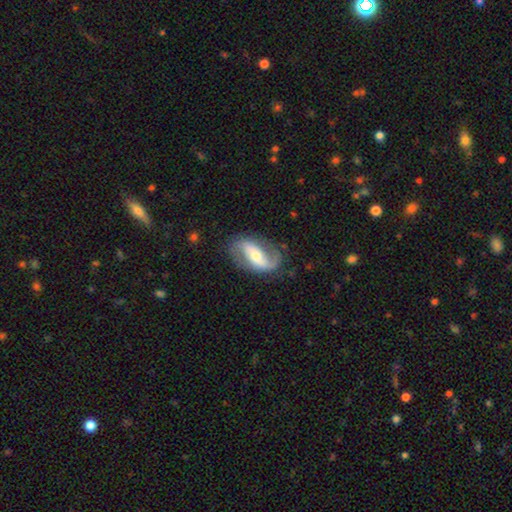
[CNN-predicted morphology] A featured or disk galaxy (83%) with a strong bar (37%), 2 (84%) loose (51%) spiral arms (93%) and a moderate central bulge (54%).

Vote fractions:
- Smooth or featured? featured or disk: 83% / smooth: 12% / star or artifact: 5%
- Edge-on disk? no: 96% / yes: 4%
- Bar? strong: 37% / weak: 33% / no: 30%
- Spiral arms? yes: 93% / no: 7%
- Spiral winding? loose: 51% / medium: 35% / tight: 14%
- Spiral arm count? 2: 84% / 1: 9% / can't tell: 4% / 3: 1% / 4: 1% / more than 4: 1%
- Bulge size? moderate: 54% / small: 37% / large: 6% / none: 1% / dominant: 1%
- Merging? none: 74% / minor disturbance: 16% / major disturbance: 8% / merger: 2%